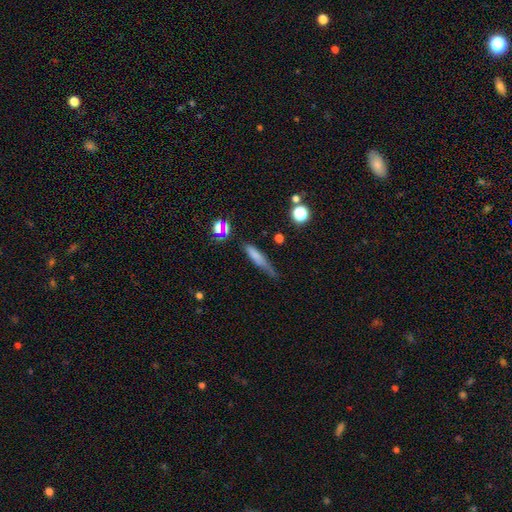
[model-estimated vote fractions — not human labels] smooth 68%, featured or disk 20%, star or artifact 12%. Down the decision tree: how rounded — cigar-shaped (81%); merging — none (52%).